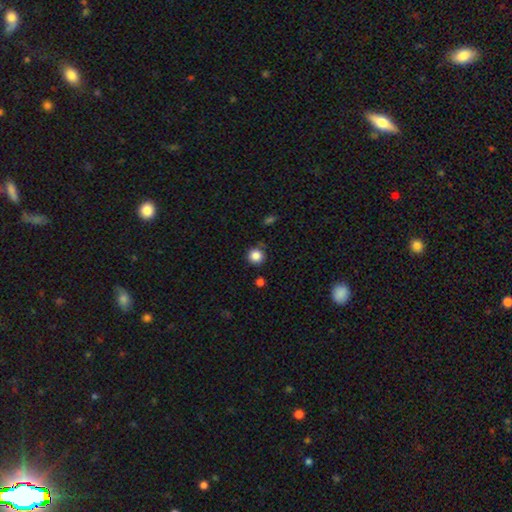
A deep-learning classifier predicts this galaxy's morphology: smooth 85%, star or artifact 11%, featured or disk 4%. Down the decision tree: how rounded — round (94%); merging — none (85%).